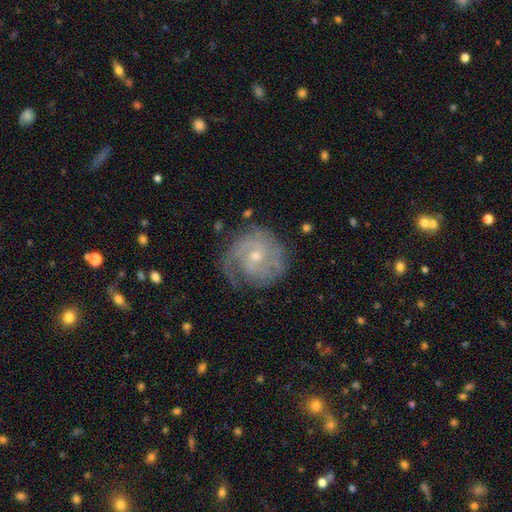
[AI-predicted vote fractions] This is clearly a featured or disk galaxy (83%). It is clearly not viewed edge-on (98%). Bar: likely no (63%). Spiral arm pattern: clearly yes (94%). Spiral arm count: marginally 2 (36%). Spiral winding: possibly tight (59%). Central bulge: possibly small (59%). Merging: likely none (67%).